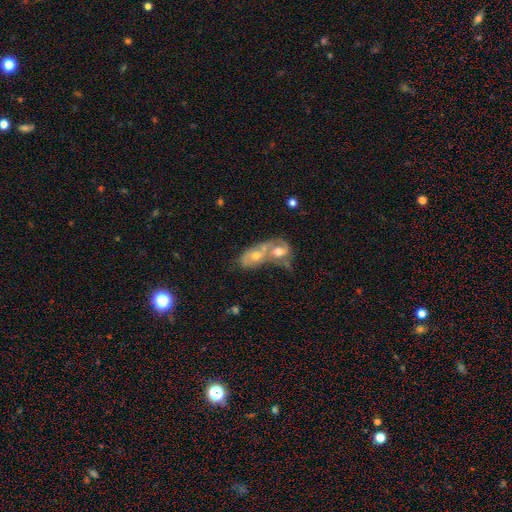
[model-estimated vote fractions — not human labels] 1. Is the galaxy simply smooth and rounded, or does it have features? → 47% smooth, 44% featured or disk, 9% star or artifact.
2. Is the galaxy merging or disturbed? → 81% merger, 9% none, 5% minor disturbance, 5% major disturbance.